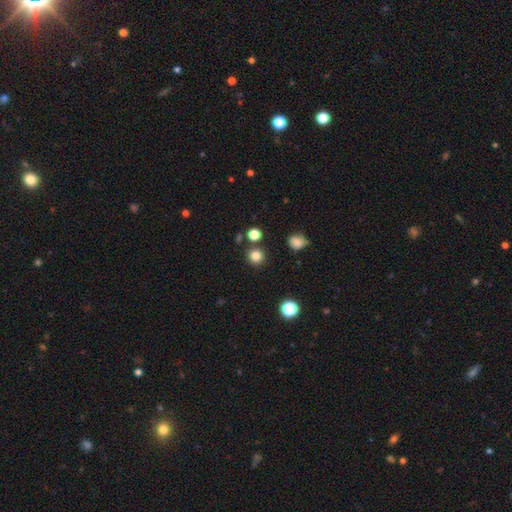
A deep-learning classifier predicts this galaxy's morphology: Smooth or featured?
  - smooth: 81% *
  - star or artifact: 14%
  - featured or disk: 5%
How rounded?
  - round: 93% *
  - in between: 6%
  - cigar-shaped: 1%
Merging?
  - none: 86% *
  - minor disturbance: 6%
  - merger: 5%
  - major disturbance: 2%